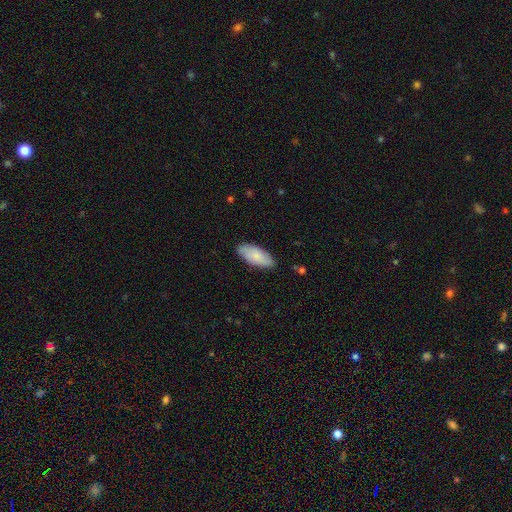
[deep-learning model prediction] Morphology: type=smooth (80%); roundness=in between (88%); merging=none (83%).